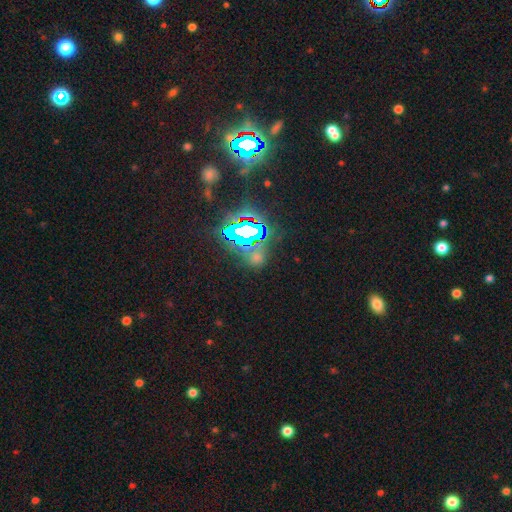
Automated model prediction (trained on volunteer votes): This is likely a star or artifact rather than a galaxy (72%).